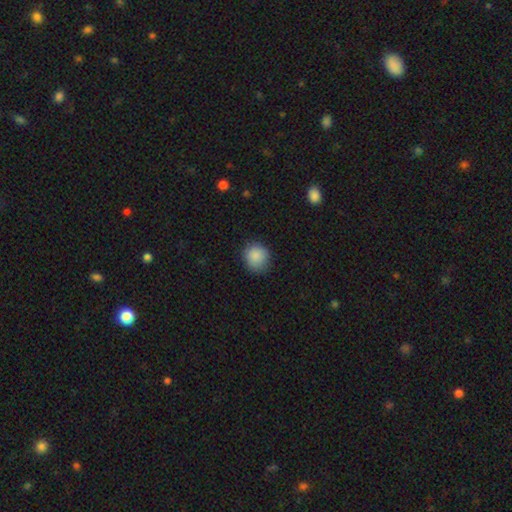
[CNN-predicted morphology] Smooth or featured?
  - smooth: 87% *
  - star or artifact: 9%
  - featured or disk: 4%
How rounded?
  - round: 83% *
  - in between: 16%
  - cigar-shaped: 1%
Merging?
  - none: 81% *
  - minor disturbance: 14%
  - major disturbance: 3%
  - merger: 1%